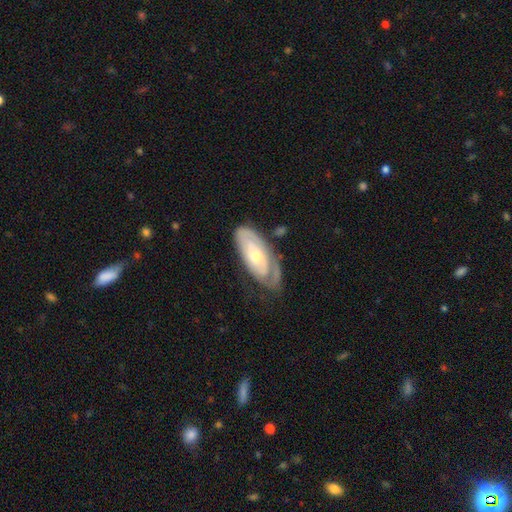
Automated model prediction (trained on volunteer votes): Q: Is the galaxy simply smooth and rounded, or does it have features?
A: featured or disk — 67%.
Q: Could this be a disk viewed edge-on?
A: no — 88%.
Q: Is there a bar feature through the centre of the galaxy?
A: no — 78%.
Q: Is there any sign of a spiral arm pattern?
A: yes — 71%.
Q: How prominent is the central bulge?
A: moderate — 55%.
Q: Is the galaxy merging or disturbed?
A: none — 56%.